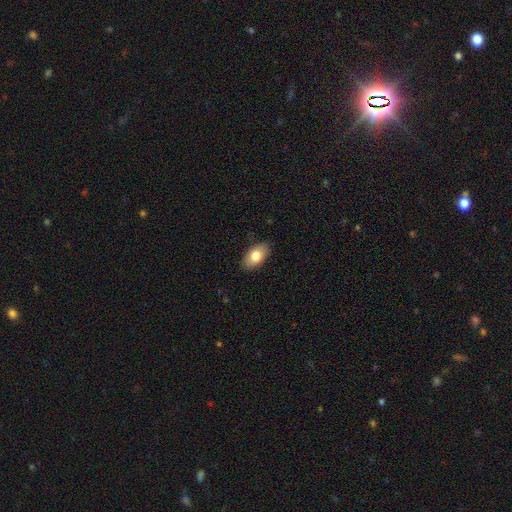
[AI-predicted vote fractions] A smooth galaxy with no disk features (78%) that is in between round and cigar-shaped (93%).

Vote fractions:
- Smooth or featured? smooth: 78% / featured or disk: 15% / star or artifact: 7%
- How rounded? in between: 93% / round: 5% / cigar-shaped: 2%
- Merging? none: 87% / minor disturbance: 10% / major disturbance: 2% / merger: 1%